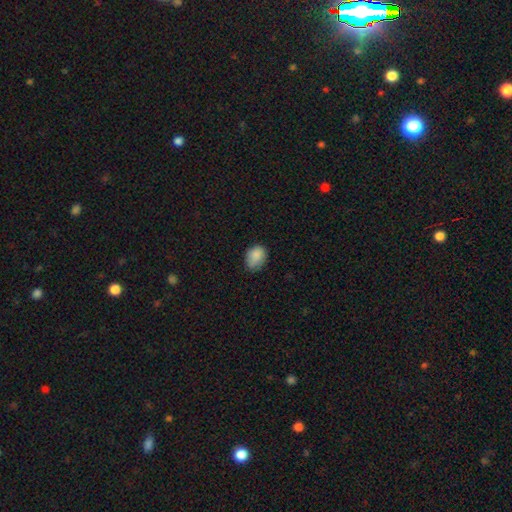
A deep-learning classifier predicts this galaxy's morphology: Overall: smooth (86%). How rounded: in between (70%). Merging: none (68%).